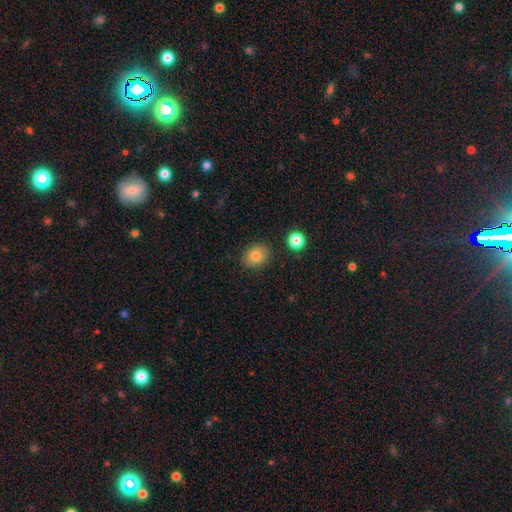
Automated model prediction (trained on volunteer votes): Smooth or featured? smooth (81%)
How rounded? round (58%)
Merging? none (87%)